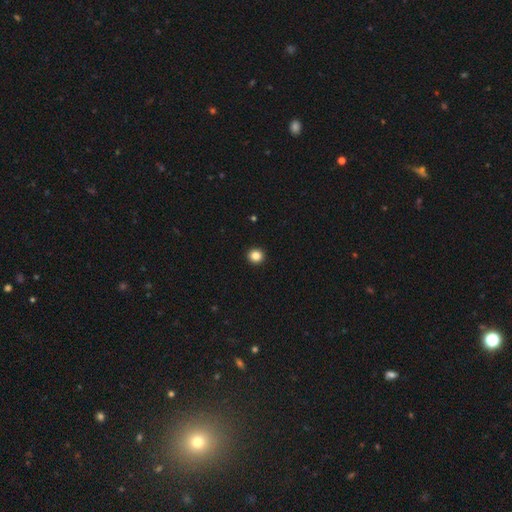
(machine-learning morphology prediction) Q: Smooth or featured?
A: smooth (86%); runner-up: star or artifact (11%)
Q: How rounded?
A: round (93%); runner-up: in between (7%)
Q: Merging?
A: none (94%); runner-up: minor disturbance (4%)